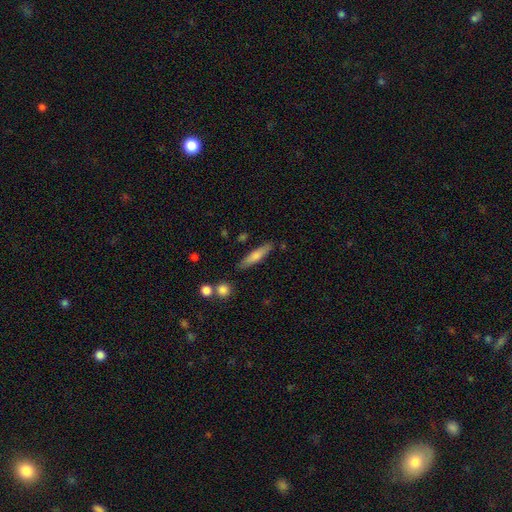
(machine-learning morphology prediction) type=smooth (67%); roundness=cigar-shaped (81%); merging=none (82%).